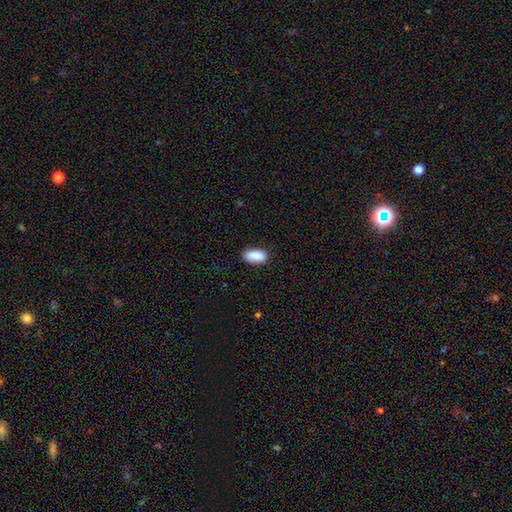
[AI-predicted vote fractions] smooth_or_featured: smooth (p=0.90) [alt: star or artifact p=0.06]
how_rounded: in between (p=0.92) [alt: cigar-shaped p=0.06]
merging: none (p=0.87) [alt: minor disturbance p=0.10]